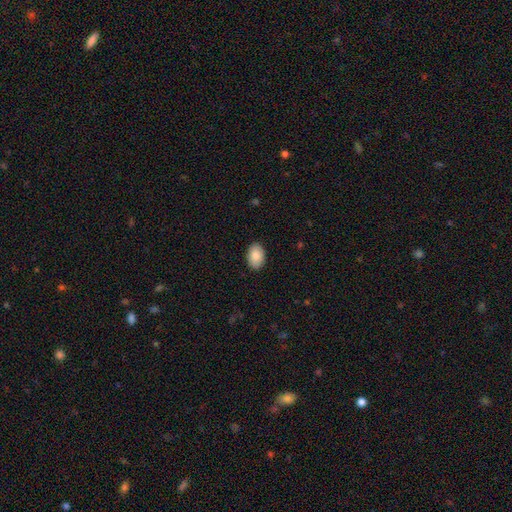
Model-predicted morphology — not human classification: The model was most divided on "how rounded": in between: 89%, round: 10%, cigar-shaped: 1%. More confident: merging — none (89%); smooth or featured — smooth (87%).